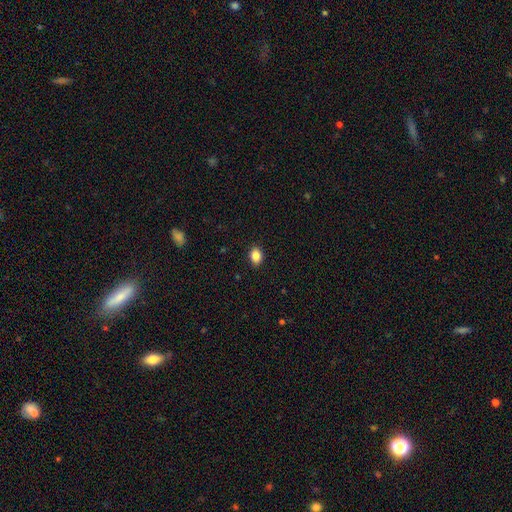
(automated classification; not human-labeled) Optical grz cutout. It shows a smooth galaxy with no disk features (86%) that is in between round and cigar-shaped (69%). Merging: none (89%).